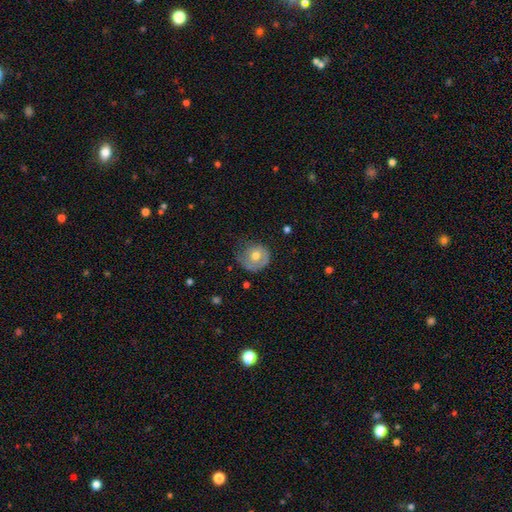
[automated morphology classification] The model was most divided on "merging": none: 47%, minor disturbance: 31%, major disturbance: 20%, merger: 2%. More confident: how rounded — round (79%); smooth or featured — smooth (56%).